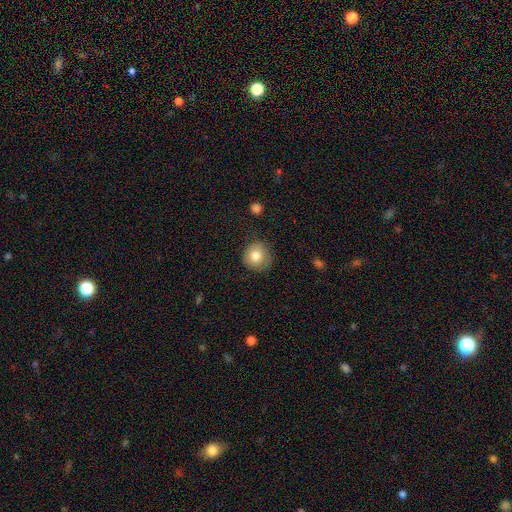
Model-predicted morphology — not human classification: A smooth galaxy with no disk features (81%) that is round (90%). Merging: none (80%).